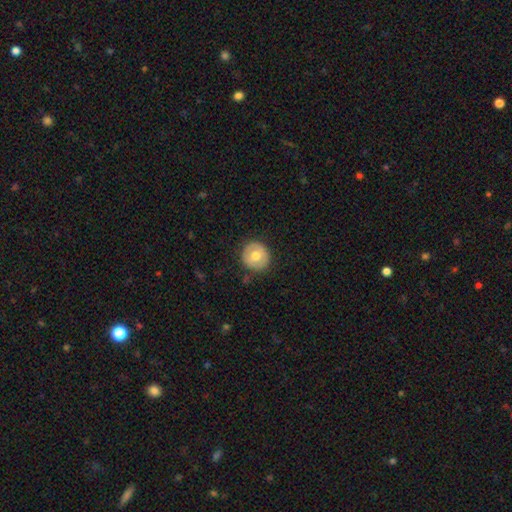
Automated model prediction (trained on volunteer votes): Overall: smooth (61%; featured or disk 32%). How rounded: round (91%). Merging: none (86%).